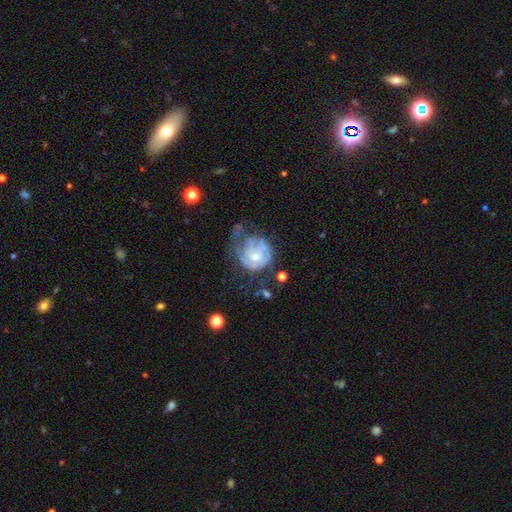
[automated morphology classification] Smooth or featured: featured or disk — 69% (smooth — 24%)
Edge-on disk: no — 98% (yes — 2%)
Bar: no — 79% (weak — 18%)
Spiral arms: yes — 70% (no — 30%)
Bulge size: moderate — 45% (small — 44%)
Merging: major disturbance — 36% (none — 33%)